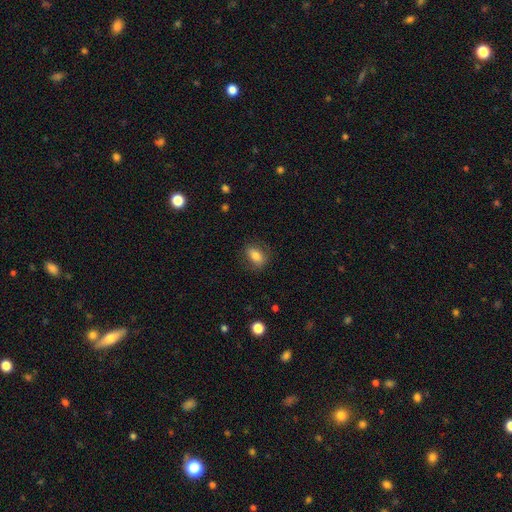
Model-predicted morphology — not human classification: smooth-or-featured: smooth: 76% | featured or disk: 15% | star or artifact: 9%
  how-rounded: in between: 81% | round: 15% | cigar-shaped: 4%
  merging: none: 78% | minor disturbance: 15% | major disturbance: 6% | merger: 1%